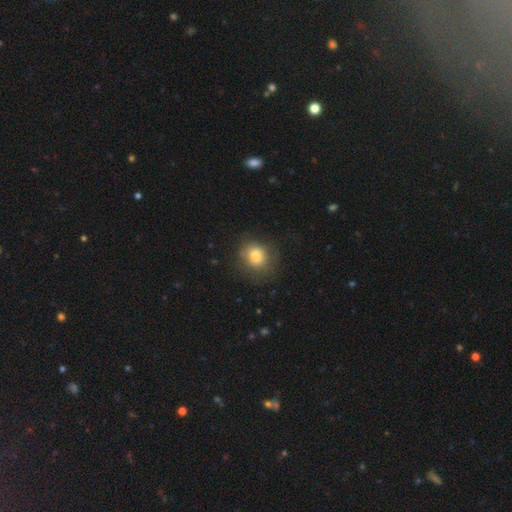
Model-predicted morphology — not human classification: Overall: smooth (77%). How rounded: round (76%). Merging: none (73%).